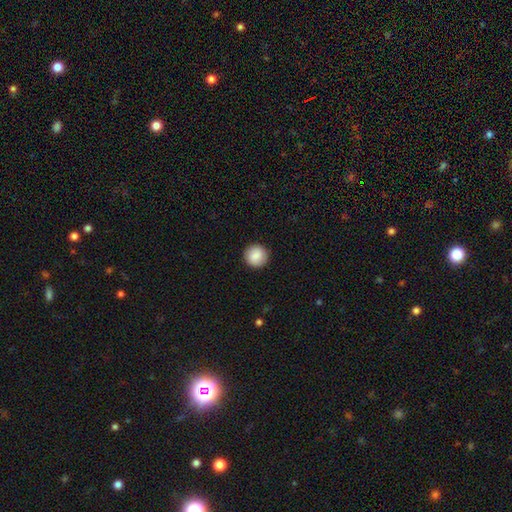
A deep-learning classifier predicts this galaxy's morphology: A smooth galaxy with no disk features (88%) that is round (95%). Merging: none (91%).